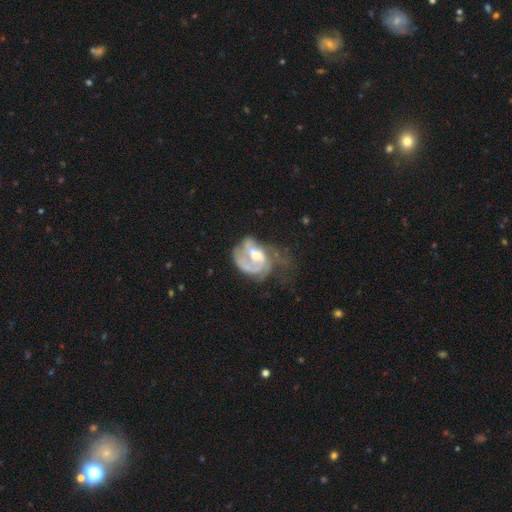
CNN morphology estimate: This appears to be a featured or disk galaxy (78%) with no bar (47%), 2 (34%) medium (41%) spiral arms (84%) and a moderate central bulge (61%). Merging: major disturbance (43%).